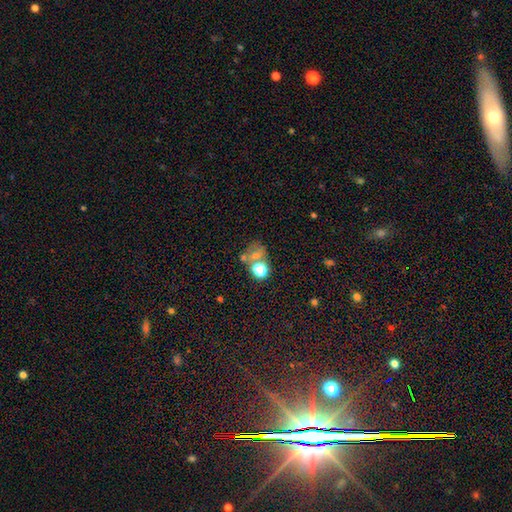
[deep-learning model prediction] Smooth or featured?
  - smooth: 45% *
  - star or artifact: 36%
  - featured or disk: 19%
Merging?
  - none: 45% *
  - merger: 28%
  - minor disturbance: 14%
  - major disturbance: 14%